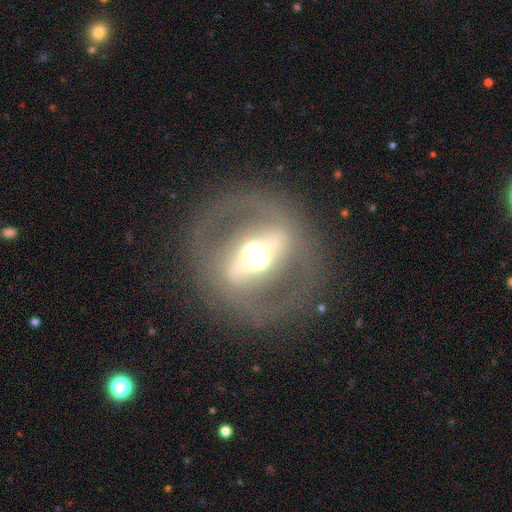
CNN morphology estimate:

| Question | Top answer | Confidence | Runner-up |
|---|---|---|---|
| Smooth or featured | featured or disk | 79% | smooth (14%) |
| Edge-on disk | no | 83% | yes (17%) |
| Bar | strong | 73% | weak (17%) |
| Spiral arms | no | 65% | yes (35%) |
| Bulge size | moderate | 53% | large (33%) |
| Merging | none | 81% | minor disturbance (9%) |